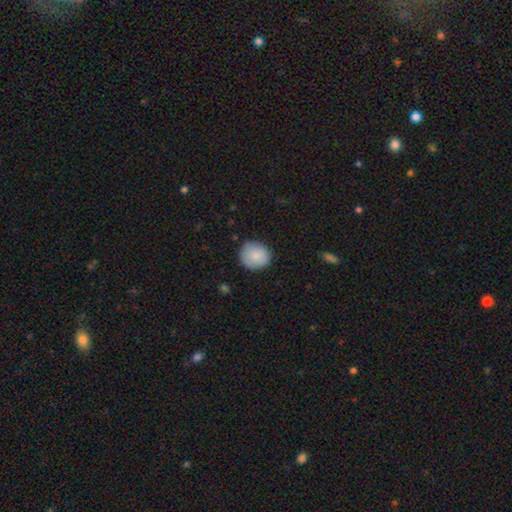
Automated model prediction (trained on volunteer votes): smooth 85%, featured or disk 8%, star or artifact 7%. Down the decision tree: how rounded — round (83%); merging — none (82%).